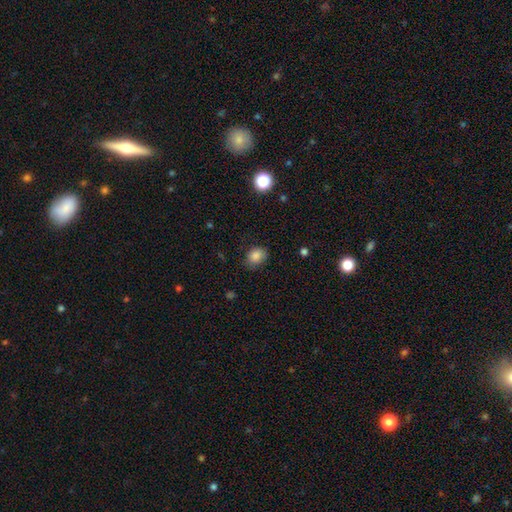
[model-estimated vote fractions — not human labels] smooth-or-featured: smooth: 85% | star or artifact: 10% | featured or disk: 5%
  how-rounded: in between: 52% | round: 47% | cigar-shaped: 1%
  merging: none: 78% | minor disturbance: 17% | major disturbance: 4% | merger: 1%